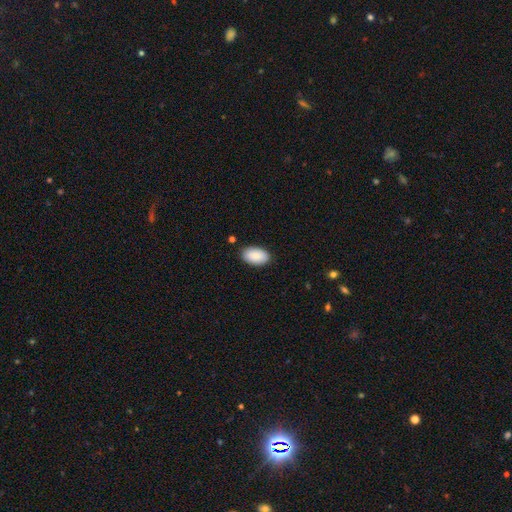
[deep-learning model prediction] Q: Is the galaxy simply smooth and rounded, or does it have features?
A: smooth — 90%.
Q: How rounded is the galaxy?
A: in between — 95%.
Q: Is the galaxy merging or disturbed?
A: none — 88%.